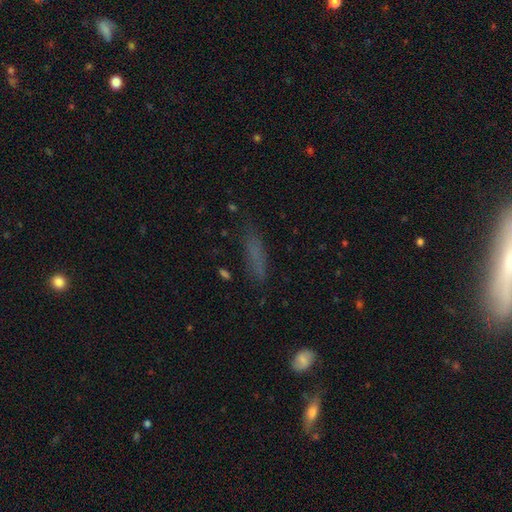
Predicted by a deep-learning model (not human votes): Overall: smooth (66%). How rounded: cigar-shaped (70%). Merging: none (75%).